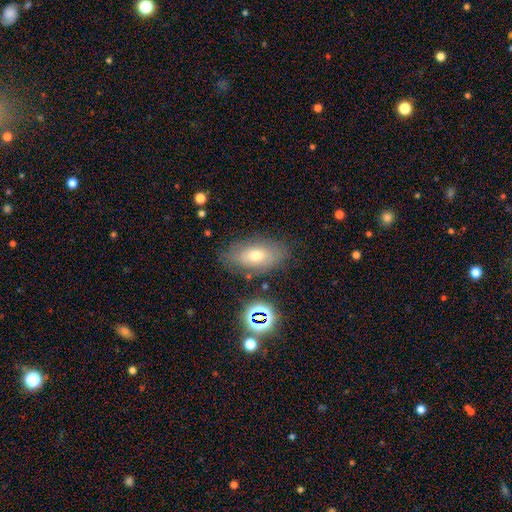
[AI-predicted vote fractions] Smooth or featured: smooth — 57% (featured or disk — 29%)
How rounded: in between — 89% (round — 7%)
Merging: none — 75% (minor disturbance — 16%)